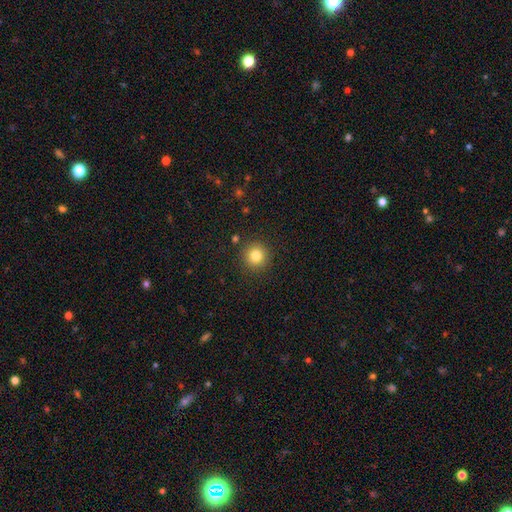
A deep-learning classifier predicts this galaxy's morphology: Q: Smooth or featured?
A: smooth (82%); runner-up: star or artifact (12%)
Q: How rounded?
A: round (94%); runner-up: in between (5%)
Q: Merging?
A: none (90%); runner-up: minor disturbance (6%)